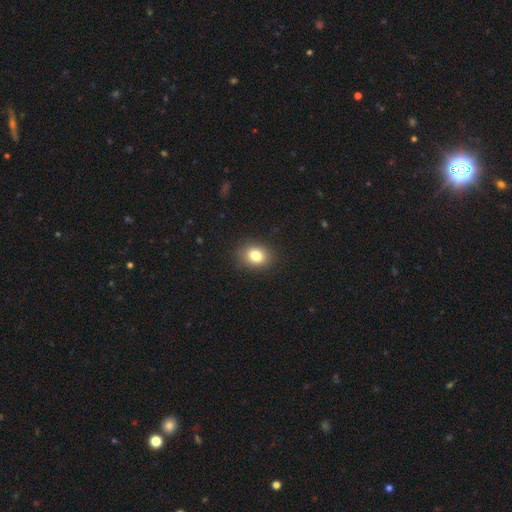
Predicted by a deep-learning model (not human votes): Overall: smooth (82%). How rounded: in between (55%; round 44%). Merging: none (87%).